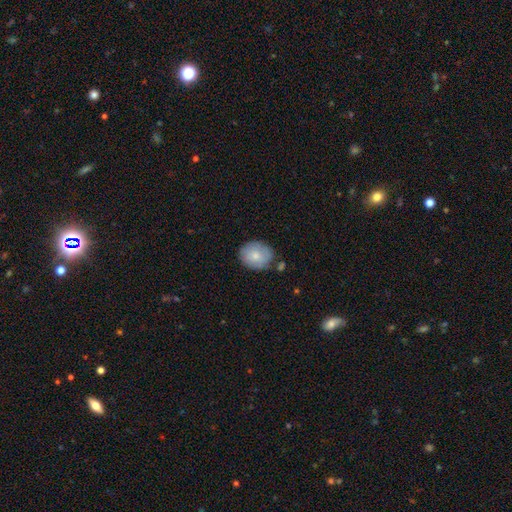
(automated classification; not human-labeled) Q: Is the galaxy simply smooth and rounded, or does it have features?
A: smooth — 75%.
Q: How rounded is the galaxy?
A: round — 59%.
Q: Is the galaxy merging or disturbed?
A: none — 73%.